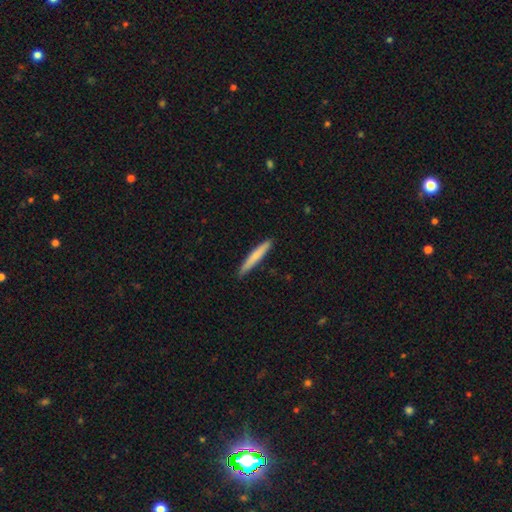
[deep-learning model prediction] smooth 72%, featured or disk 23%, star or artifact 5%. Down the decision tree: how rounded — cigar-shaped (96%); merging — none (89%).